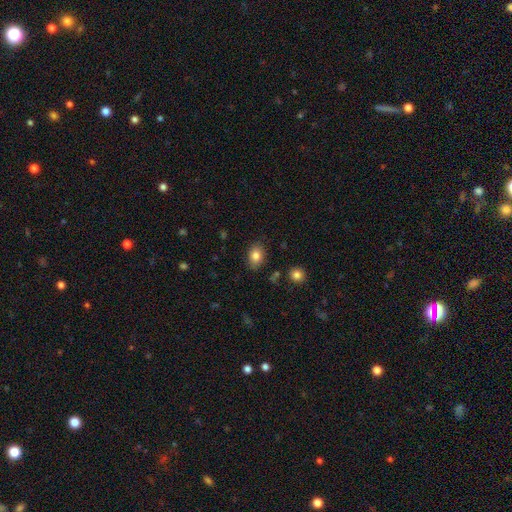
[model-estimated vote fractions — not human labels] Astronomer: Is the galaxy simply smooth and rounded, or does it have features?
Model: smooth — 83%.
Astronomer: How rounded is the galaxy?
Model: in between — 74%.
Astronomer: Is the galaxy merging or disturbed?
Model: none — 84%.